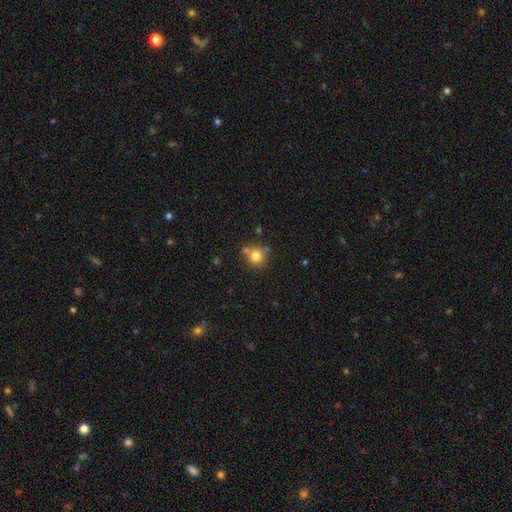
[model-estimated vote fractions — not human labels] Overall: smooth (78%). How rounded: round (87%). Merging: none (63%).